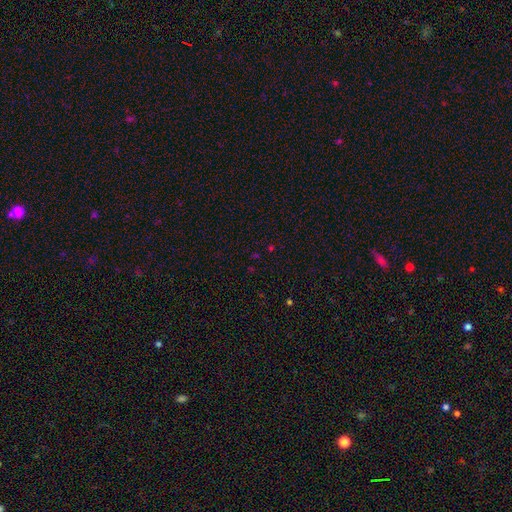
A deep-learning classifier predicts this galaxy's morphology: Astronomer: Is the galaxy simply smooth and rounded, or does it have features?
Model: star or artifact — 61%.